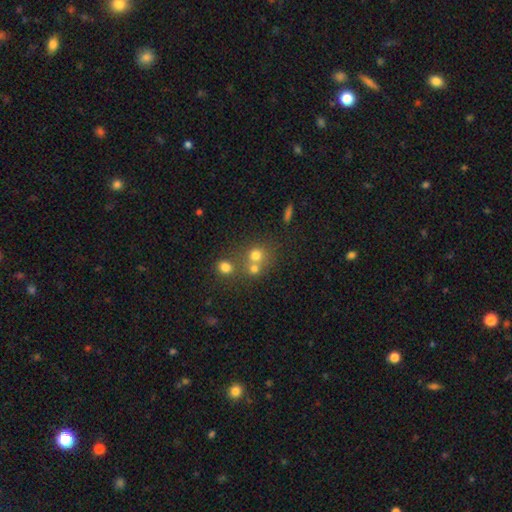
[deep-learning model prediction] Smooth or featured? smooth (70%)
How rounded? round (83%)
Merging? merger (45%)